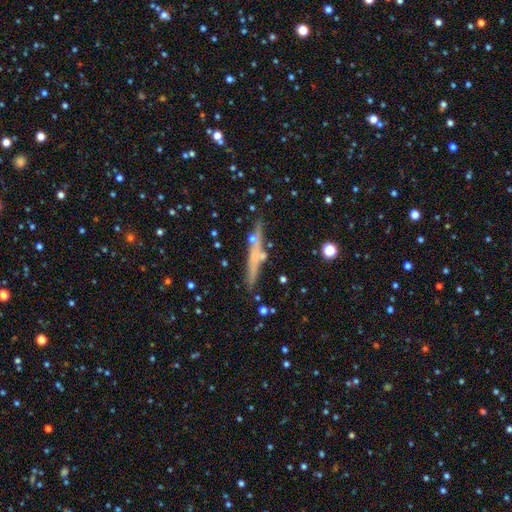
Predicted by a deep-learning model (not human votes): This is possibly a featured or disk galaxy (46%). Merging: likely none (75%).